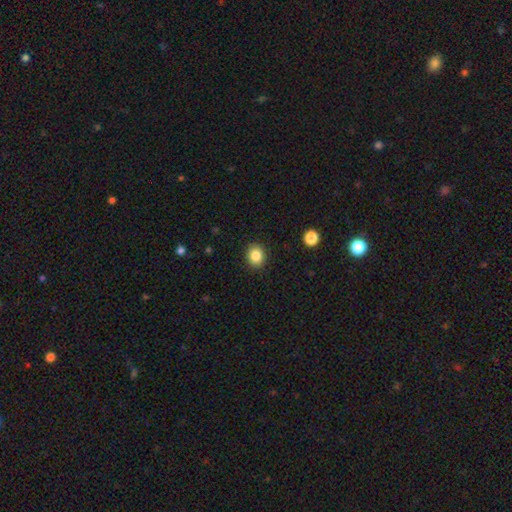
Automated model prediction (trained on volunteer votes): Smooth or featured: smooth — 85% (star or artifact — 10%)
How rounded: round — 70% (in between — 29%)
Merging: none — 90% (minor disturbance — 7%)